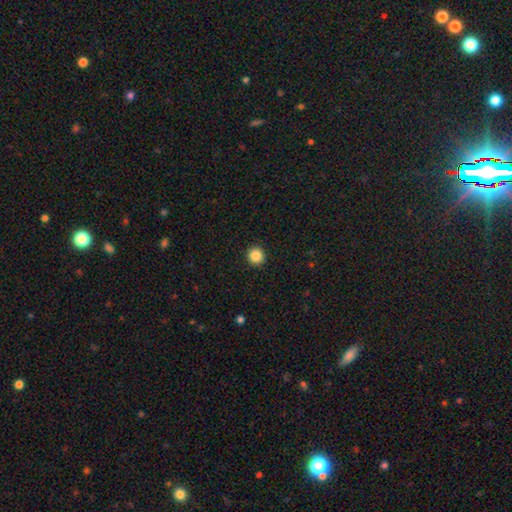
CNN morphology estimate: Smooth or featured?
  - smooth: 86% *
  - star or artifact: 10%
  - featured or disk: 4%
How rounded?
  - round: 93% *
  - in between: 6%
  - cigar-shaped: 1%
Merging?
  - none: 93% *
  - minor disturbance: 5%
  - major disturbance: 2%
  - merger: 1%